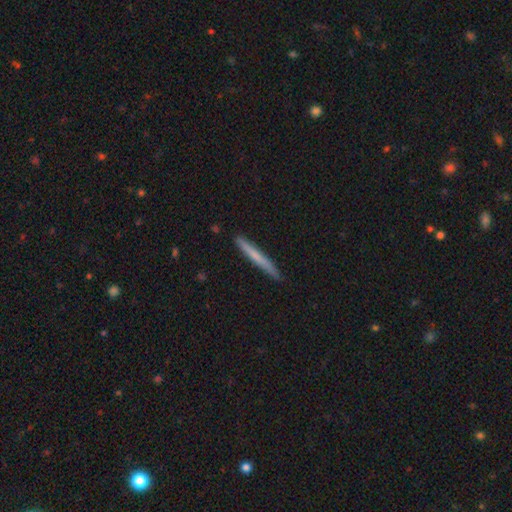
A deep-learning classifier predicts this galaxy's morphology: Smooth or featured?
  - smooth: 62% *
  - featured or disk: 32%
  - star or artifact: 6%
How rounded?
  - cigar-shaped: 97% *
  - in between: 2%
  - round: 1%
Merging?
  - none: 89% *
  - minor disturbance: 9%
  - major disturbance: 1%
  - merger: 1%